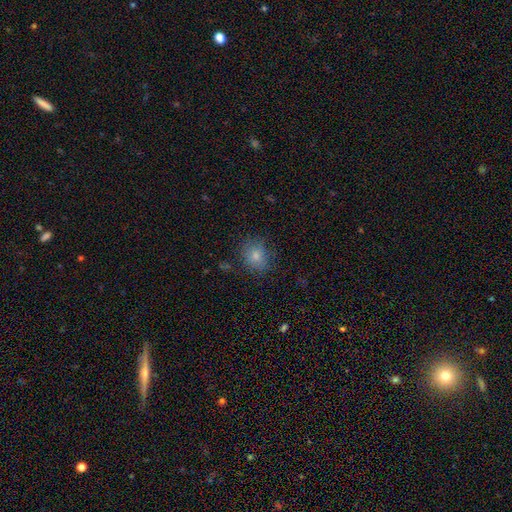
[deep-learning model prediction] Smooth or featured? Predicted: smooth (p=0.74). How rounded? Predicted: round (p=0.73). Merging? Predicted: none (p=0.83).